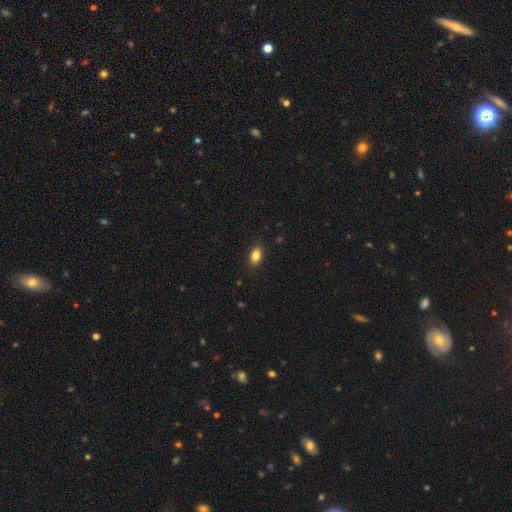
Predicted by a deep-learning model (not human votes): smooth-or-featured: smooth: 84% | star or artifact: 9% | featured or disk: 7%
  how-rounded: in between: 86% | round: 11% | cigar-shaped: 3%
  merging: none: 88% | minor disturbance: 9% | major disturbance: 2% | merger: 1%